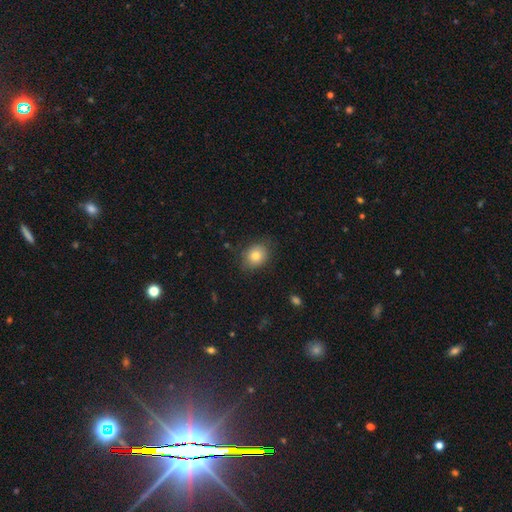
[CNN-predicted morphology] smooth 80%, featured or disk 10%, star or artifact 10%. Down the decision tree: how rounded — in between (50%, tied with round); merging — none (79%).